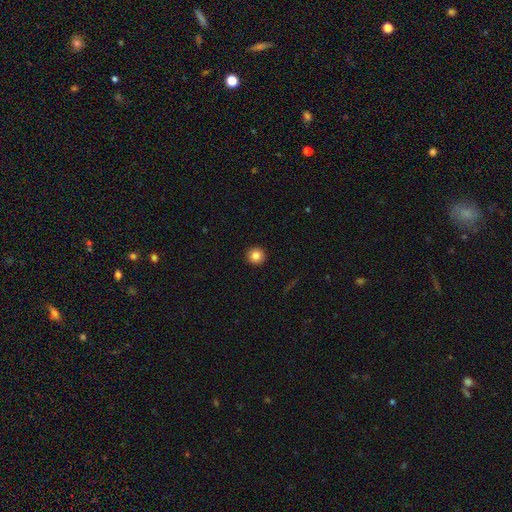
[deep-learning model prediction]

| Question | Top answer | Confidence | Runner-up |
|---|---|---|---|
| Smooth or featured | smooth | 85% | star or artifact (10%) |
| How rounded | round | 95% | in between (4%) |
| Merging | none | 93% | minor disturbance (4%) |